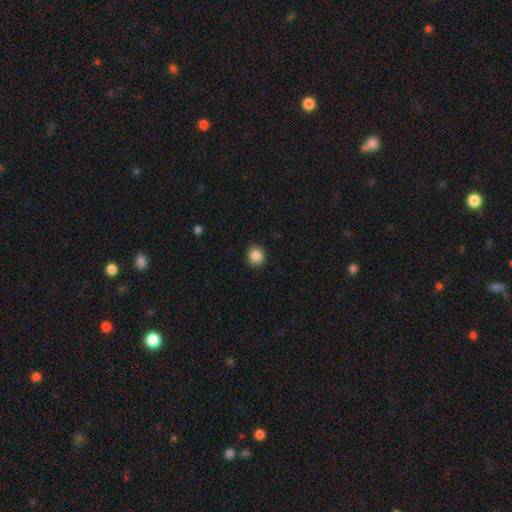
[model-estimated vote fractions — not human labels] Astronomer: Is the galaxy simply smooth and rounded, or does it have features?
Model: smooth — 86%.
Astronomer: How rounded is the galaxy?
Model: round — 82%.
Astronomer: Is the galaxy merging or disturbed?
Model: none — 91%.